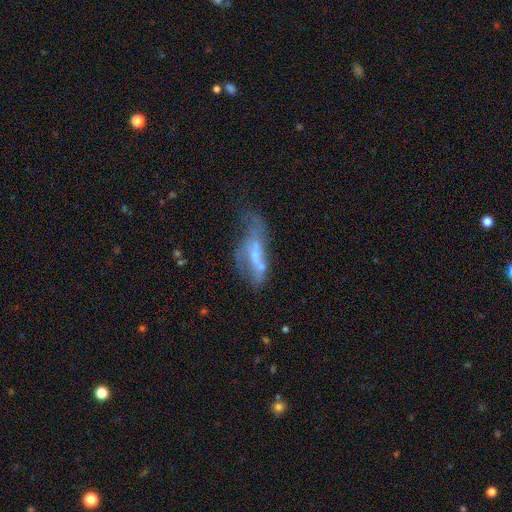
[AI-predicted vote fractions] A featured or disk galaxy (59%). Merging: major disturbance (35%).